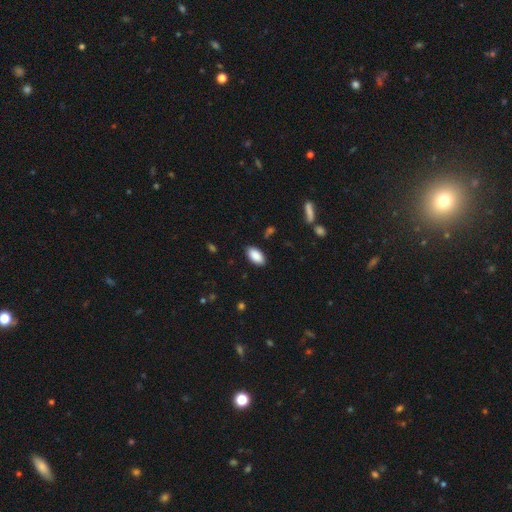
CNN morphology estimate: Smooth or featured? smooth (89%)
How rounded? in between (95%)
Merging? none (87%)